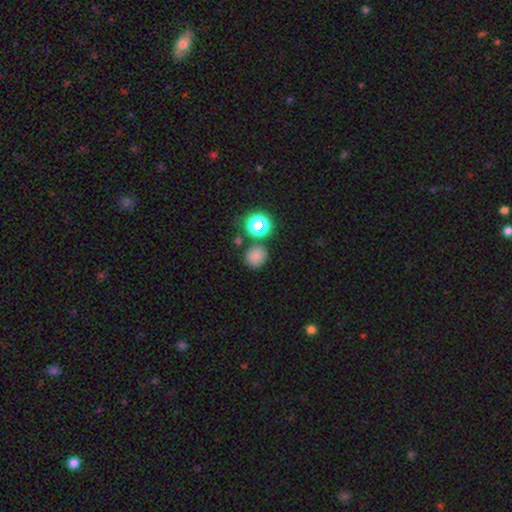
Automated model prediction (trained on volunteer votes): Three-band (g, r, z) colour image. It shows a smooth galaxy with no disk features (77%) that is round (85%). Merging: none (77%).